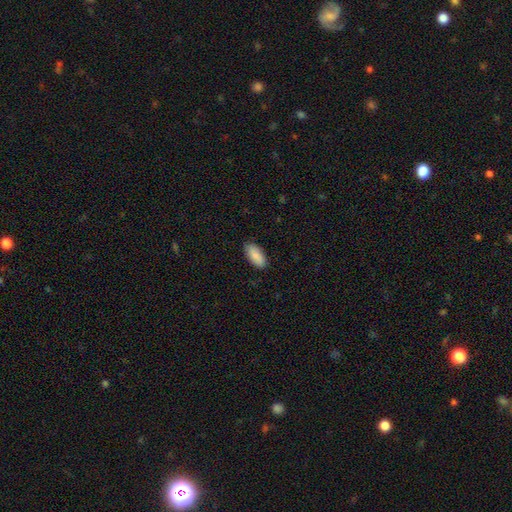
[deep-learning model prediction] Overall: smooth (89%). How rounded: in between (89%). Merging: none (86%).